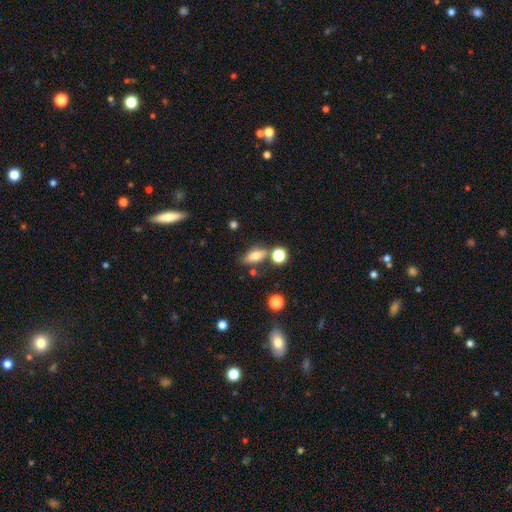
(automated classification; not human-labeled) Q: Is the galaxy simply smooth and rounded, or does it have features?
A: smooth — 67%.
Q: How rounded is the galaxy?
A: in between — 73%.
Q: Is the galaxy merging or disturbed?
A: none — 69%.